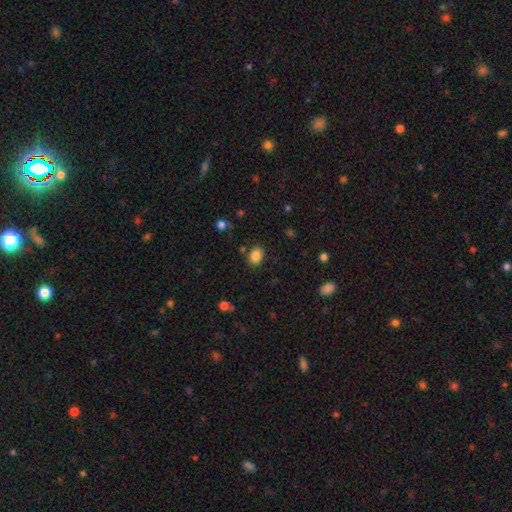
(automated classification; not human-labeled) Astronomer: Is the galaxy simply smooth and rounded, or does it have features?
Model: smooth — 86%.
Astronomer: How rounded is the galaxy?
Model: in between — 65%.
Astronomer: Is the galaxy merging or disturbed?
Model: none — 83%.